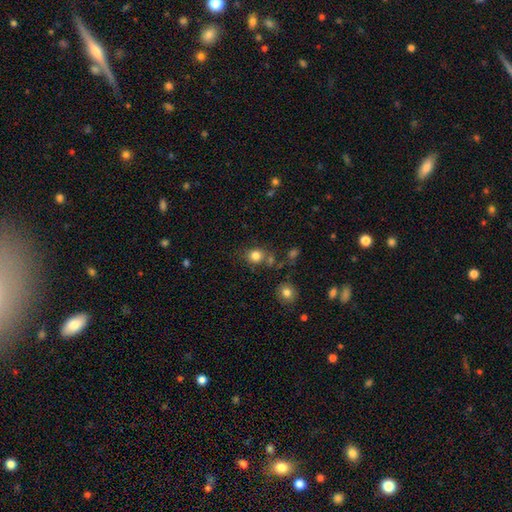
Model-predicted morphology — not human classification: This appears to be a smooth galaxy with no disk features (81%) that is round (72%). Merging: none (68%).